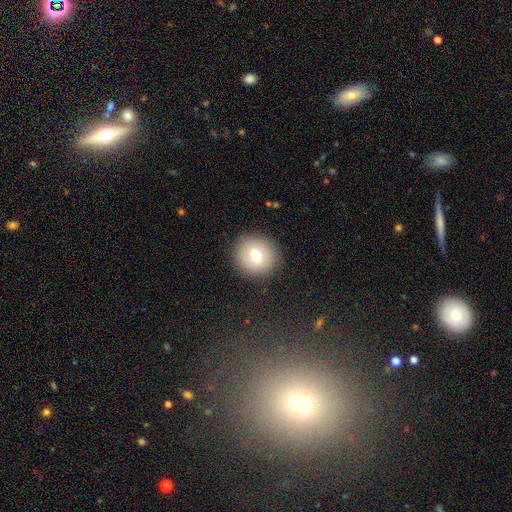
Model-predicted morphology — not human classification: A smooth galaxy with no disk features (69%) that is round (89%).

Vote fractions:
- Smooth or featured? smooth: 69% / featured or disk: 20% / star or artifact: 10%
- How rounded? round: 89% / in between: 10% / cigar-shaped: 1%
- Merging? none: 89% / minor disturbance: 7% / major disturbance: 3% / merger: 1%